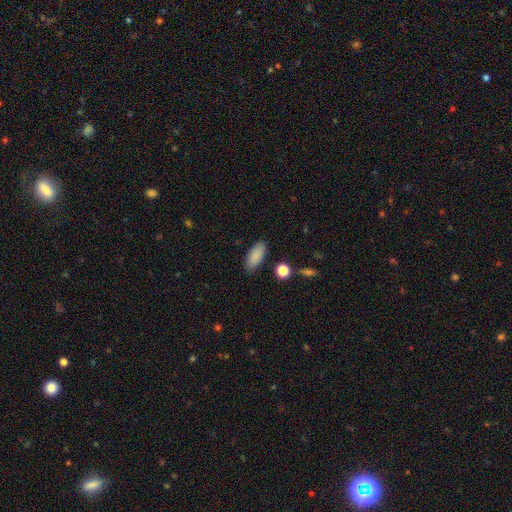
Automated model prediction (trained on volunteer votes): This appears to be a smooth galaxy with no disk features (87%) that is in between round and cigar-shaped (83%). Merging: none (86%).